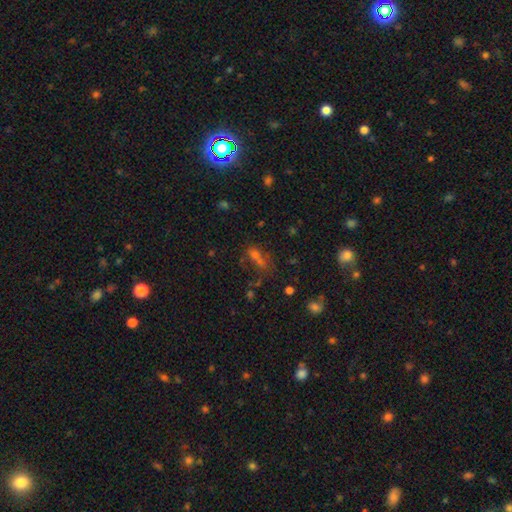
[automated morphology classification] Overall: star or artifact (44%; smooth 40%).